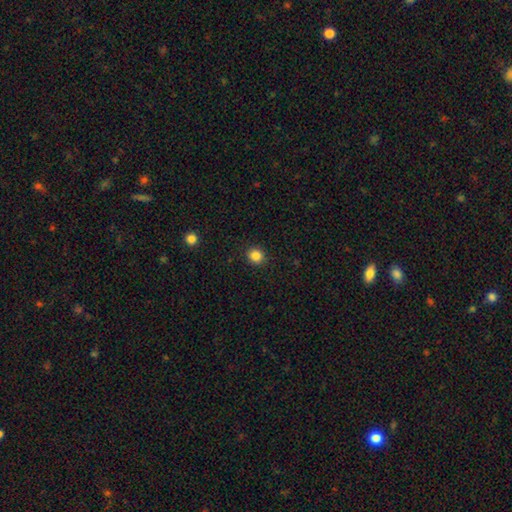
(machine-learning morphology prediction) type=smooth (85%); roundness=round (84%); merging=none (91%).